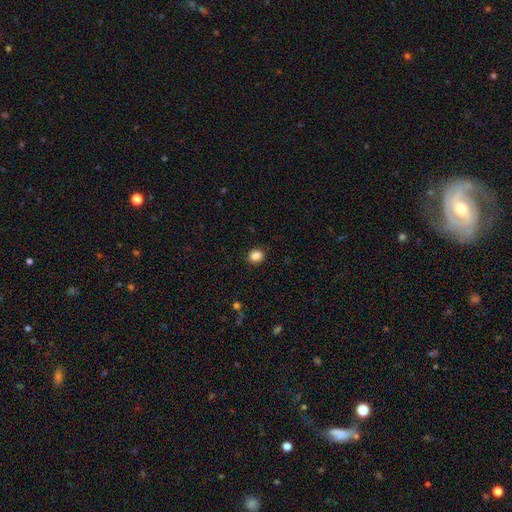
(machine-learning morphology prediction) A smooth galaxy with no disk features (86%) that is round (71%). Merging: none (89%).